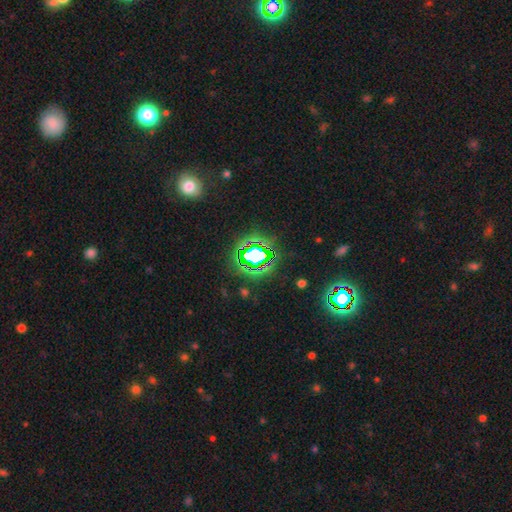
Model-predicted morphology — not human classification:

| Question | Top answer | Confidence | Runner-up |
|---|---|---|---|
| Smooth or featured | star or artifact | 72% | smooth (16%) |